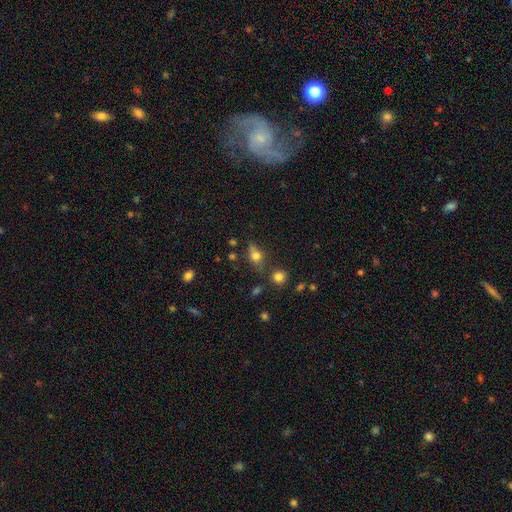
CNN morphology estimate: Smooth or featured?
  - smooth: 68% *
  - featured or disk: 17%
  - star or artifact: 15%
How rounded?
  - in between: 50% *
  - round: 44%
  - cigar-shaped: 6%
Merging?
  - none: 59% *
  - minor disturbance: 20%
  - merger: 13%
  - major disturbance: 8%